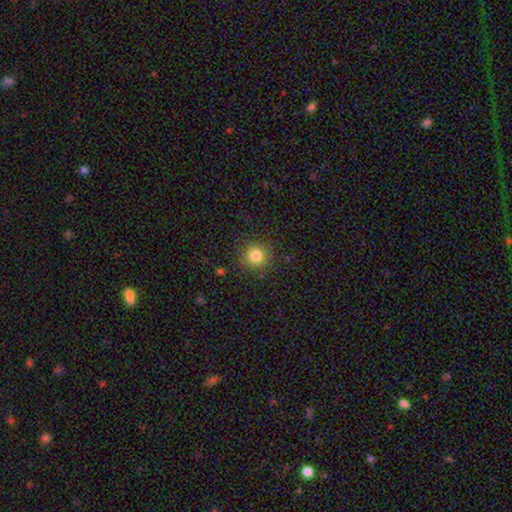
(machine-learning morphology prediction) type=smooth (82%); roundness=round (93%); merging=none (88%).